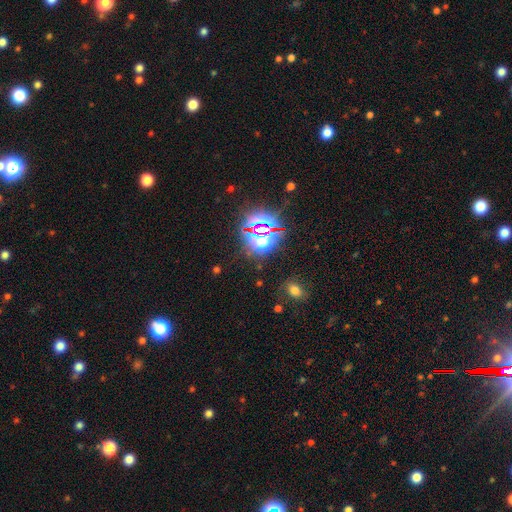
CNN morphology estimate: This appears to be a star or artifact, not a galaxy (80%).